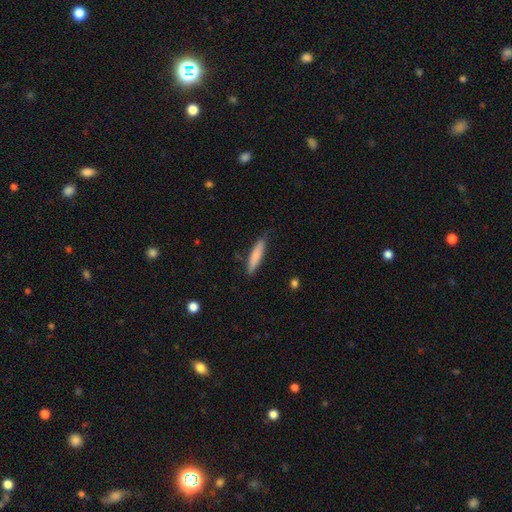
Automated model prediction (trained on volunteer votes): Morphology: type=smooth (80%); roundness=cigar-shaped (86%); merging=none (83%).